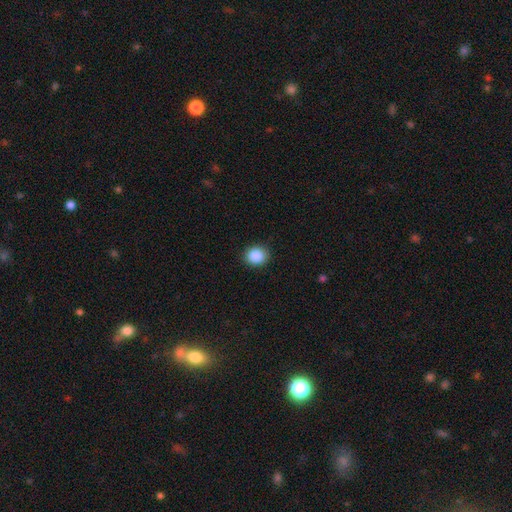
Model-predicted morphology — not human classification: smooth_or_featured: smooth (p=0.87) [alt: star or artifact p=0.09]
how_rounded: round (p=0.72) [alt: in between p=0.27]
merging: none (p=0.89) [alt: minor disturbance p=0.08]